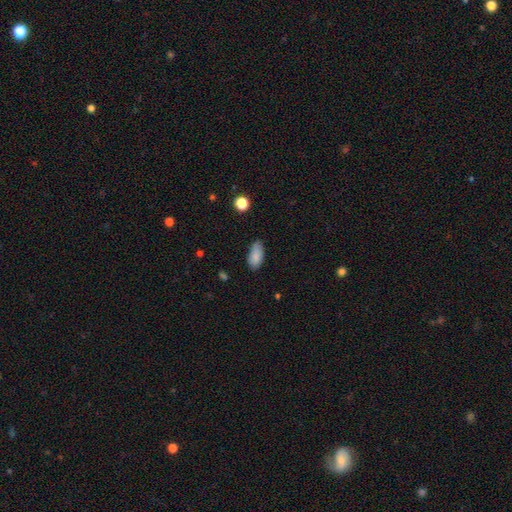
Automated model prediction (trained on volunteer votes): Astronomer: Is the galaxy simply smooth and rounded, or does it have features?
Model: smooth — 85%.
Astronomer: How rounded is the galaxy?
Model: in between — 91%.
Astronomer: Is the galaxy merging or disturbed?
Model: none — 71%.